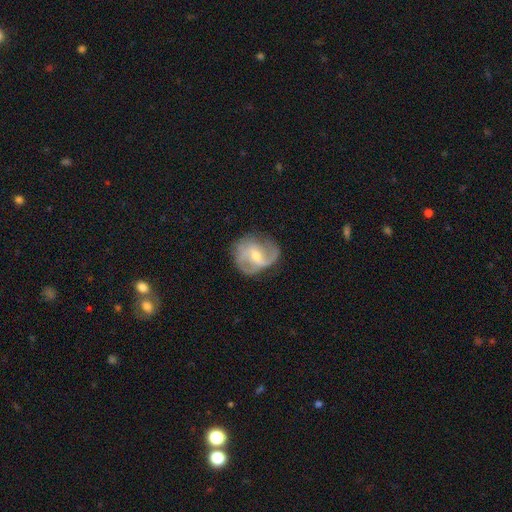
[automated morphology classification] type=featured or disk (79%); edge-on=no (97%); bar=weak (51%); spiral arms=yes (91%); winding=medium (47%); arm count=2 (68%); bulge=small (49%); merging=none (64%).